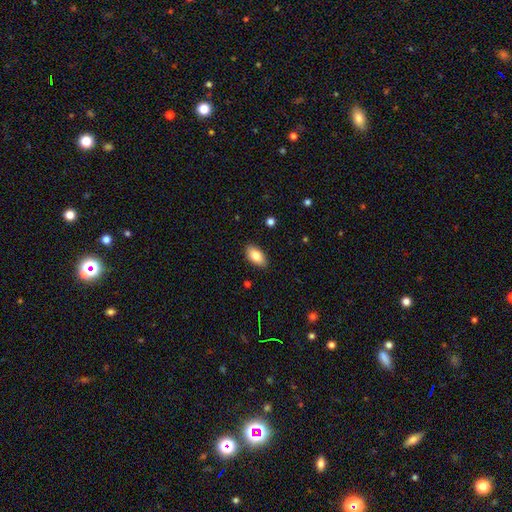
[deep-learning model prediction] A smooth galaxy with no disk features (81%) that is in between round and cigar-shaped (91%).

Vote fractions:
- Smooth or featured? smooth: 81% / featured or disk: 12% / star or artifact: 7%
- How rounded? in between: 91% / cigar-shaped: 5% / round: 4%
- Merging? none: 88% / minor disturbance: 9% / major disturbance: 2% / merger: 1%